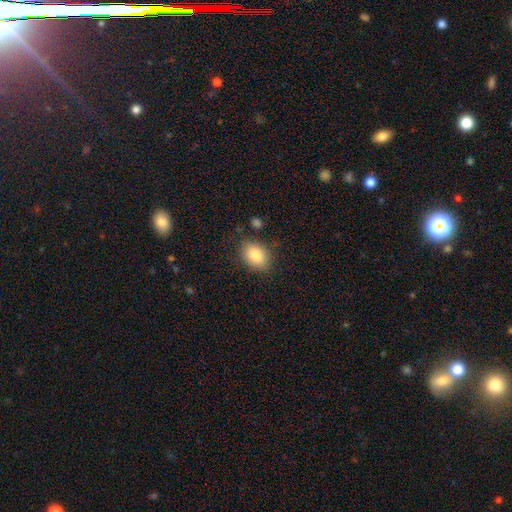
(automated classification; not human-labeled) This is clearly a smooth galaxy (84%). How rounded: likely in between (77%). Merging: clearly none (81%).